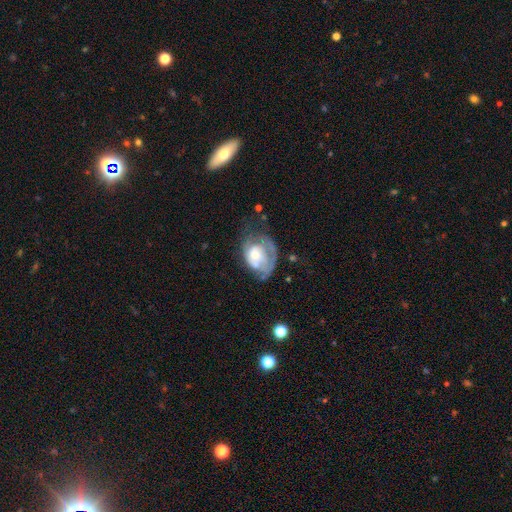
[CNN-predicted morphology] This is likely a featured or disk galaxy (62%). It is clearly not viewed edge-on (97%). Bar: likely no (79%). Spiral arm pattern: possibly yes (60%). Central bulge: possibly moderate (46%). Merging: marginally major disturbance (33%, tied with none).